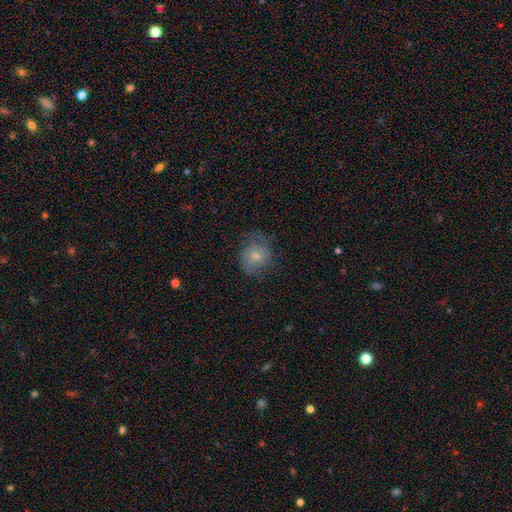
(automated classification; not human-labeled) smooth-or-featured: smooth: 58% | featured or disk: 33% | star or artifact: 9%
  how-rounded: round: 73% | in between: 26% | cigar-shaped: 1%
  merging: none: 60% | minor disturbance: 25% | major disturbance: 14% | merger: 1%